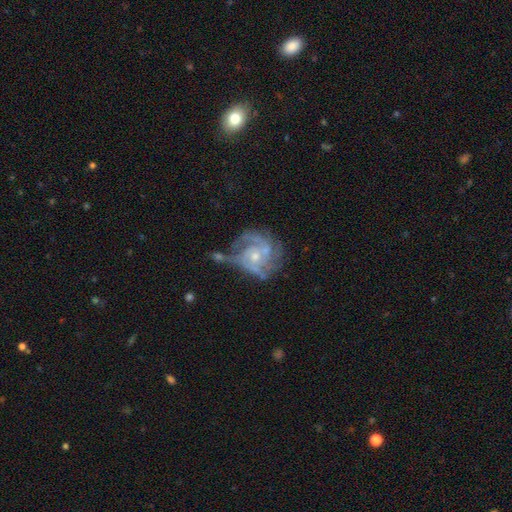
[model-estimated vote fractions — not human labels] A featured or disk galaxy (87%) with no bar (74%), 2 (29%) tight (53%) spiral arms (94%) and a small central bulge (51%). Merging: none (46%).